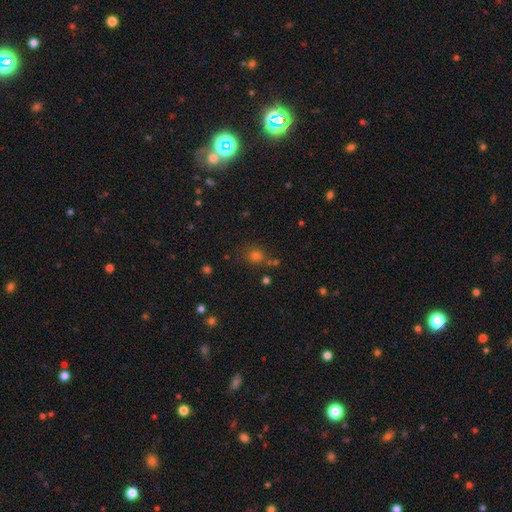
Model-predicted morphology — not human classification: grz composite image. It shows a smooth galaxy with no disk features (65%) that is round (85%). Merging: none (72%).